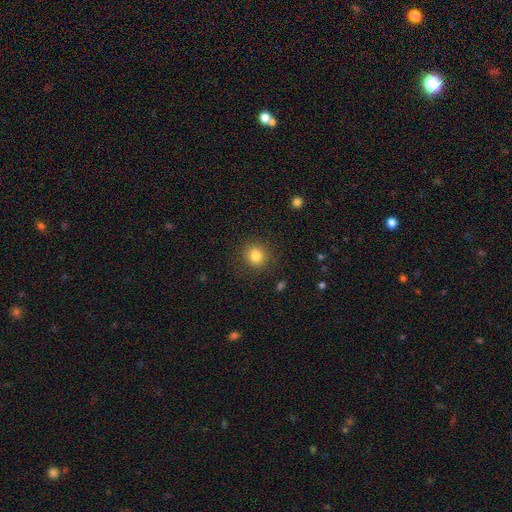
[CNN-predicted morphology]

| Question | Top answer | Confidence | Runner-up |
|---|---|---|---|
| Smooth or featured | smooth | 82% | star or artifact (12%) |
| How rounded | round | 88% | in between (11%) |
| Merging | none | 89% | minor disturbance (7%) |